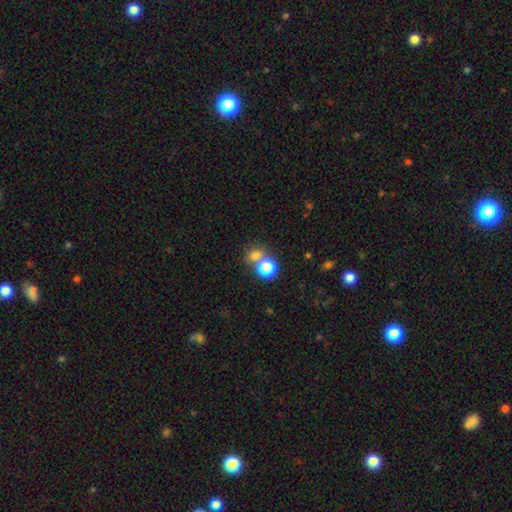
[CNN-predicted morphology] This is likely a smooth galaxy (72%). How rounded: likely round (69%). Merging: possibly none (50%).